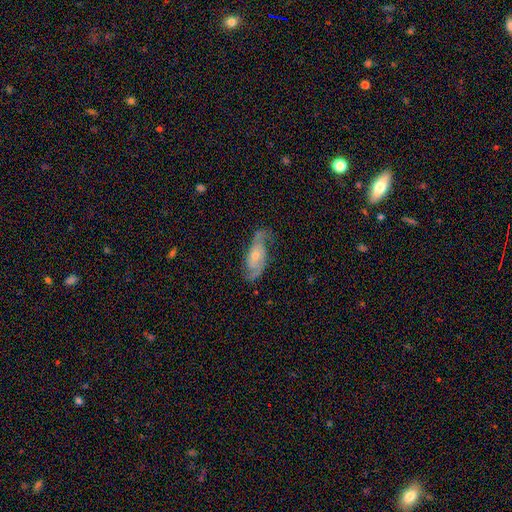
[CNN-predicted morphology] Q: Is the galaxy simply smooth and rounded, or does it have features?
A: featured or disk — 81%.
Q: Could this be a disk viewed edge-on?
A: no — 93%.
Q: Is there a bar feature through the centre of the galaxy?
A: no — 64%.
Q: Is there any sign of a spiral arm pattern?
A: yes — 95%.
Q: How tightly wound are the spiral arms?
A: medium — 47%.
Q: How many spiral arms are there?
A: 2 — 85%.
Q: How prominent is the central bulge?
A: small — 51%.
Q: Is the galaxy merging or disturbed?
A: none — 74%.